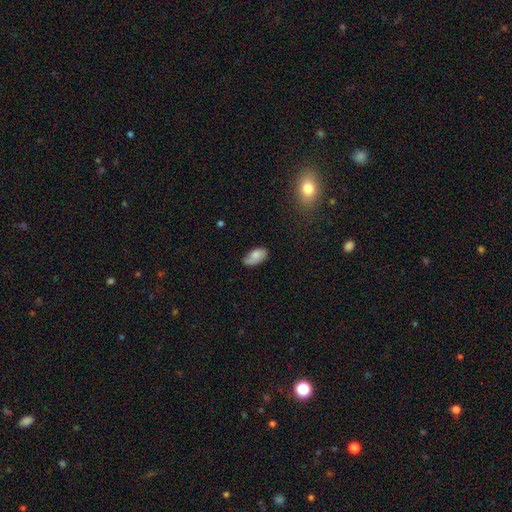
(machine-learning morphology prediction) This appears to be a smooth galaxy with no disk features (74%) that is in between round and cigar-shaped (94%). Merging: none (60%).